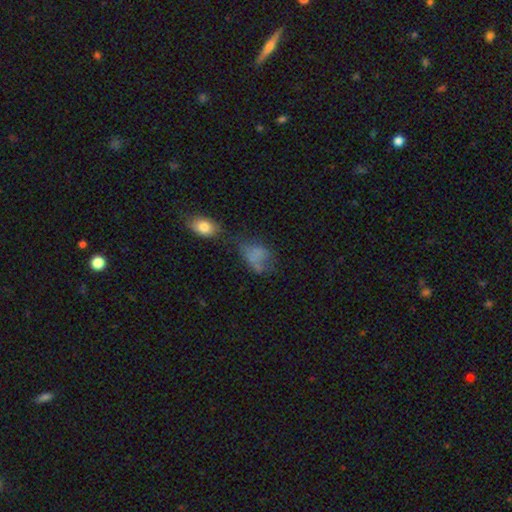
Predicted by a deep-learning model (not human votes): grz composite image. It shows a smooth galaxy with no disk features (67%) that is in between round and cigar-shaped (77%). Merging: none (29%).